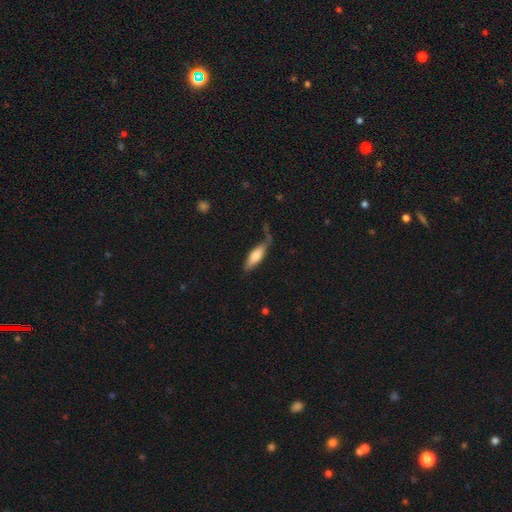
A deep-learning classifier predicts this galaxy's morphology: type=smooth (64%); roundness=cigar-shaped (54%); merging=none (60%).